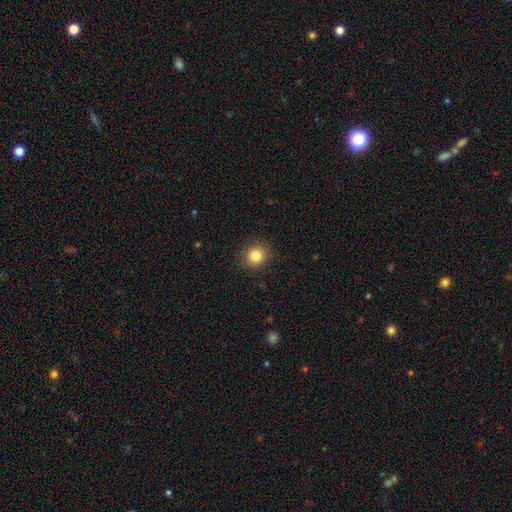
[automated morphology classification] This is clearly a smooth galaxy (84%). How rounded: clearly round (85%). Merging: clearly none (91%).